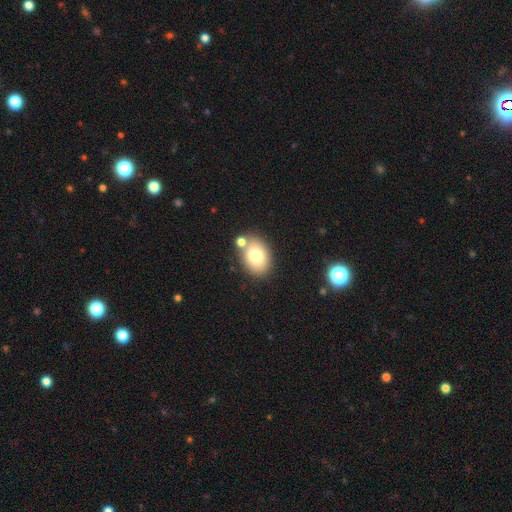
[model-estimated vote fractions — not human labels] smooth-or-featured: smooth: 76% | featured or disk: 15% | star or artifact: 9%
  how-rounded: in between: 75% | round: 24% | cigar-shaped: 1%
  merging: none: 70% | merger: 15% | minor disturbance: 12% | major disturbance: 3%